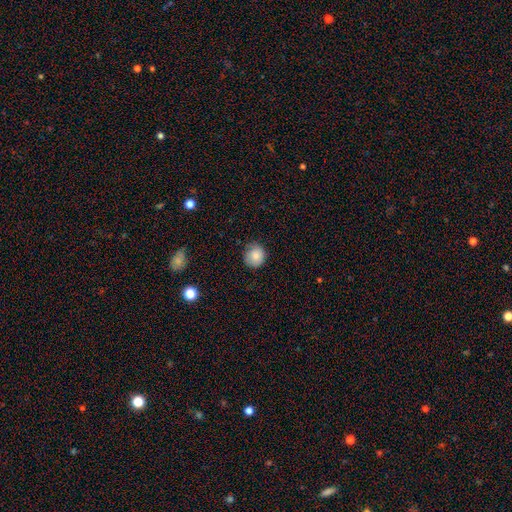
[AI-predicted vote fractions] smooth-or-featured: smooth: 84% | star or artifact: 9% | featured or disk: 8%
  how-rounded: round: 85% | in between: 14% | cigar-shaped: 1%
  merging: none: 75% | minor disturbance: 20% | major disturbance: 4% | merger: 1%